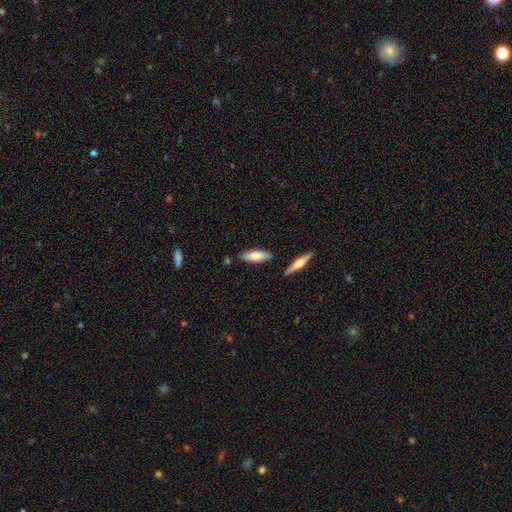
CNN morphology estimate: smooth-or-featured: smooth: 72% | featured or disk: 22% | star or artifact: 6%
  how-rounded: cigar-shaped: 50% | in between: 48% | round: 2%
  merging: none: 80% | minor disturbance: 12% | merger: 5% | major disturbance: 2%